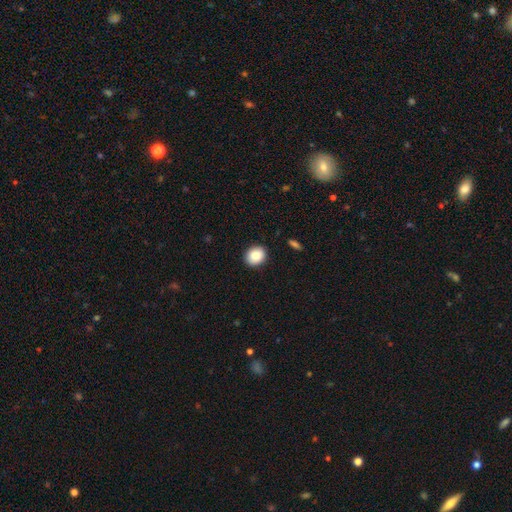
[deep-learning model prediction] smooth_or_featured: smooth (p=0.88) [alt: star or artifact p=0.08]
how_rounded: round (p=0.65) [alt: in between p=0.34]
merging: none (p=0.90) [alt: minor disturbance p=0.07]